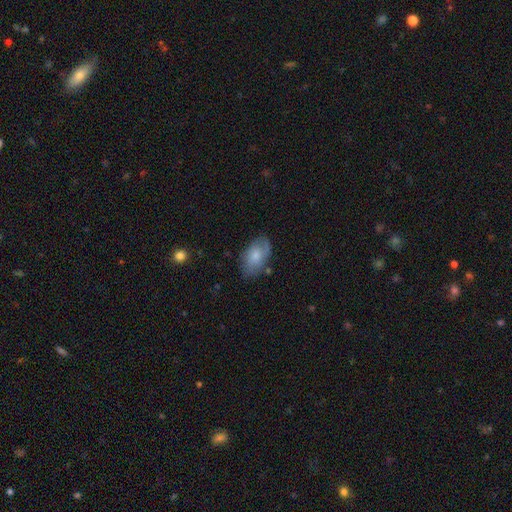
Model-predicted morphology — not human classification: Overall: smooth (70%). How rounded: in between (93%). Merging: none (70%).